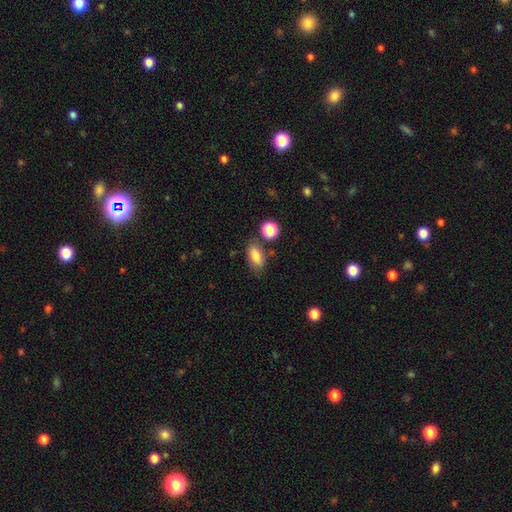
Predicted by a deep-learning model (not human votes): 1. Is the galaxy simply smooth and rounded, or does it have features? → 82% smooth, 9% featured or disk, 9% star or artifact.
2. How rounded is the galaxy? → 86% in between, 8% round, 6% cigar-shaped.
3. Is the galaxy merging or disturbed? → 75% none, 14% minor disturbance, 7% merger, 4% major disturbance.